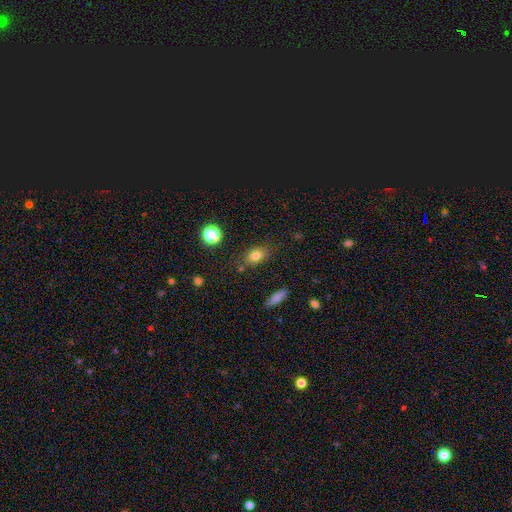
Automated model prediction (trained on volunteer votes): smooth_or_featured: smooth (p=0.79) [alt: star or artifact p=0.12]
how_rounded: in between (p=0.72) [alt: round p=0.25]
merging: none (p=0.77) [alt: minor disturbance p=0.15]